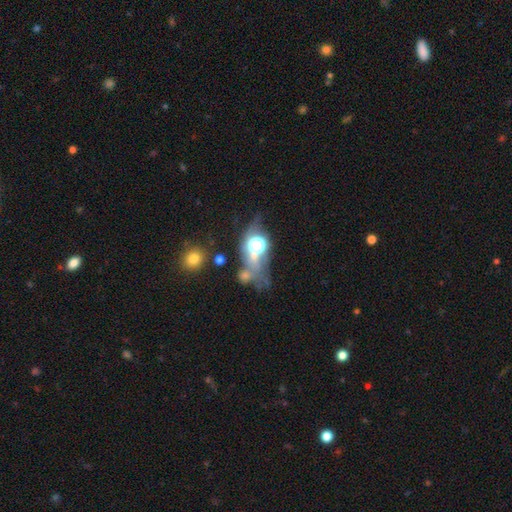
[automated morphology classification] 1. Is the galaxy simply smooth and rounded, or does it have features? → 36% star or artifact, 34% featured or disk, 30% smooth.